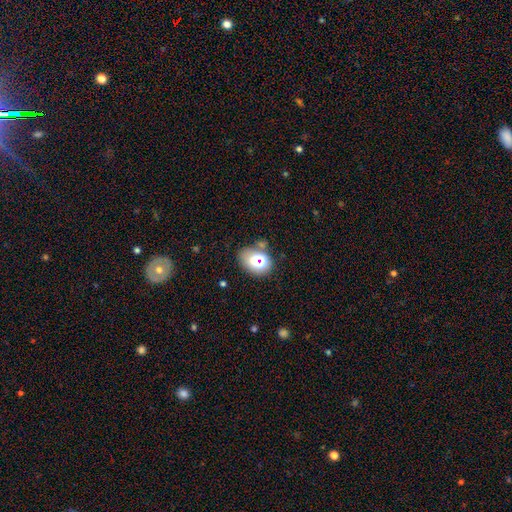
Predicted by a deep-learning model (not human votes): Overall: smooth (64%). How rounded: in between (56%; round 43%). Merging: none (70%).